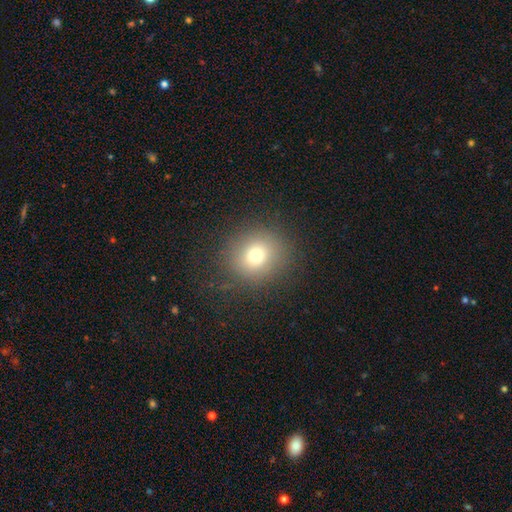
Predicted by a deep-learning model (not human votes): This appears to be a smooth galaxy with no disk features (73%) that is round (85%). Merging: none (86%).